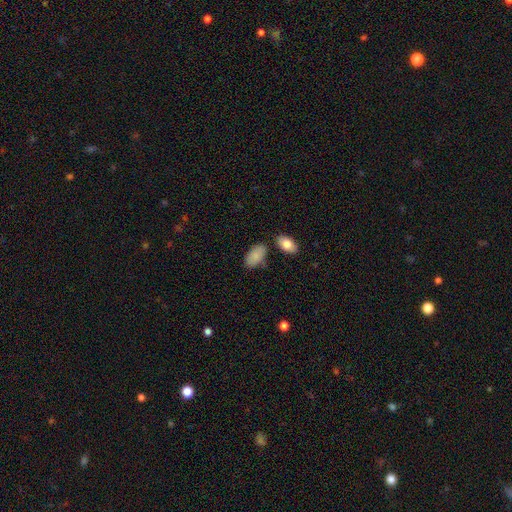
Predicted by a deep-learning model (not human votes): smooth 86%, featured or disk 8%, star or artifact 6%. Down the decision tree: how rounded — in between (94%); merging — none (72%).